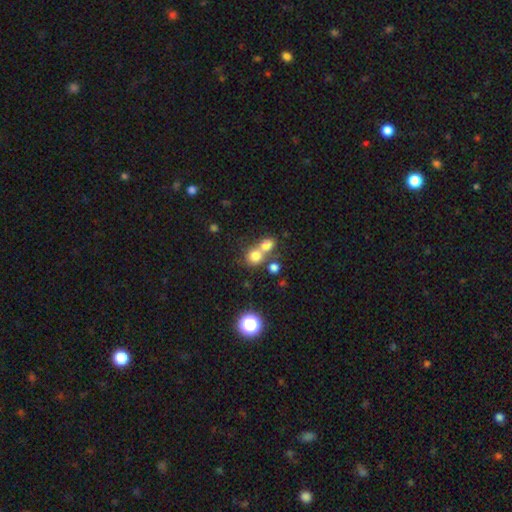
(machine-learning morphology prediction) The model was most divided on "merging": merger: 51%, none: 39%, minor disturbance: 6%, major disturbance: 3%. More confident: how rounded — round (80%); smooth or featured — smooth (73%).